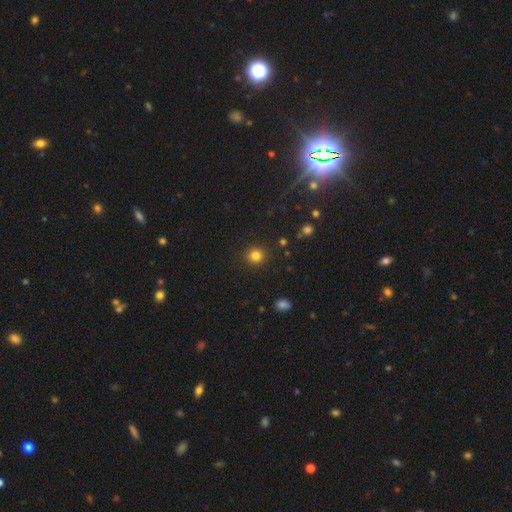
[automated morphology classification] The model was most divided on "smooth or featured": smooth: 82%, star or artifact: 13%, featured or disk: 5%. More confident: merging — none (90%); how rounded — round (90%).